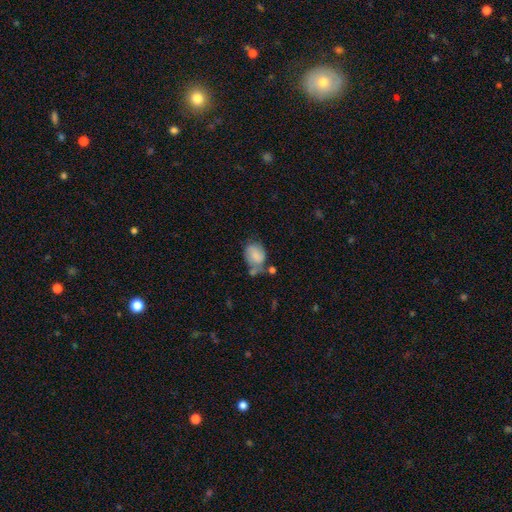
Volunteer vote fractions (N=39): smooth-or-featured: smooth: 56% | featured or disk: 33% | star or artifact: 10%
  how-rounded: in between: 59% | round: 41% | cigar-shaped: 0%
  merging: none: 31% (tied) | minor disturbance: 31% (tied) | merger: 31% (tied) | major disturbance: 6%